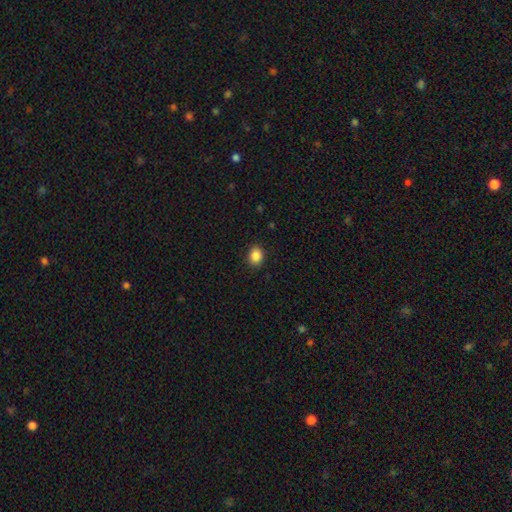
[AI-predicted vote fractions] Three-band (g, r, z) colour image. It shows a smooth galaxy with no disk features (88%) that is in between round and cigar-shaped (51%). Merging: none (89%).